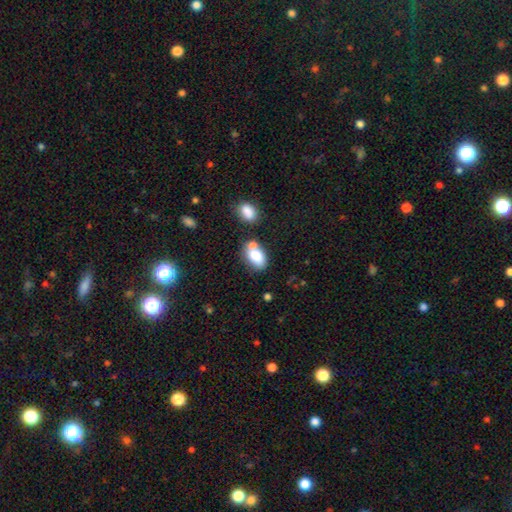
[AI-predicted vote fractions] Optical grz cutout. It shows a smooth galaxy with no disk features (80%) that is in between round and cigar-shaped (86%). Merging: none (43%).